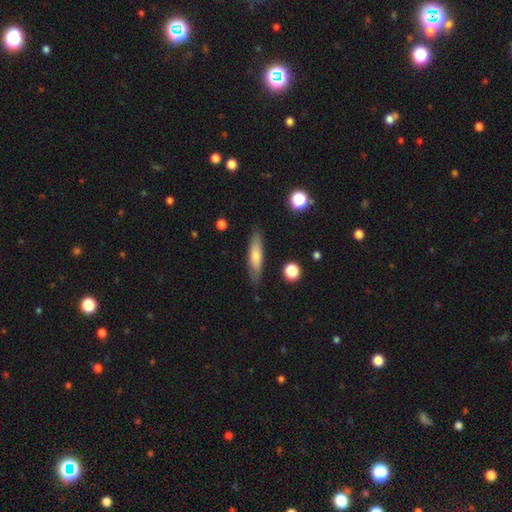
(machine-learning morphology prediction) The model was most divided on "smooth or featured": smooth: 64%, featured or disk: 29%, star or artifact: 7%. More confident: merging — none (85%); how rounded — cigar-shaped (76%).